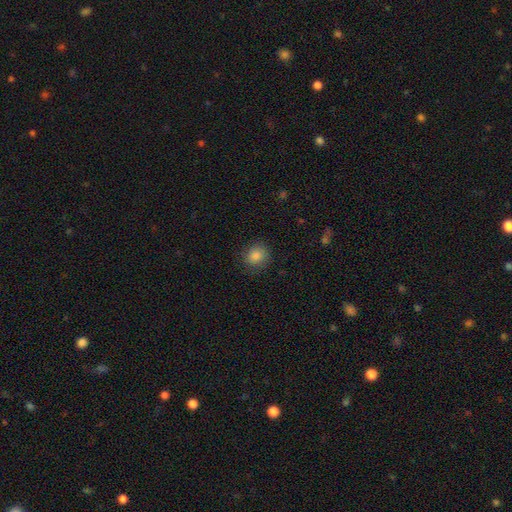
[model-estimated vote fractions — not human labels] Smooth or featured?
  - smooth: 84% *
  - star or artifact: 11%
  - featured or disk: 5%
How rounded?
  - round: 78% *
  - in between: 21%
  - cigar-shaped: 1%
Merging?
  - none: 85% *
  - minor disturbance: 11%
  - major disturbance: 3%
  - merger: 1%